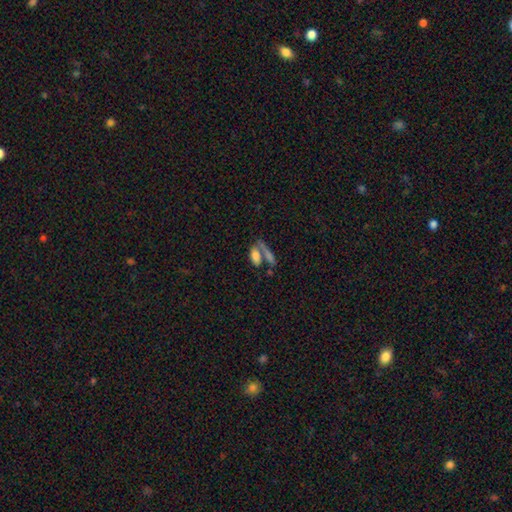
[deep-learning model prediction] Overall: smooth (75%). How rounded: in between (81%). Merging: merger (44%; none 38%).